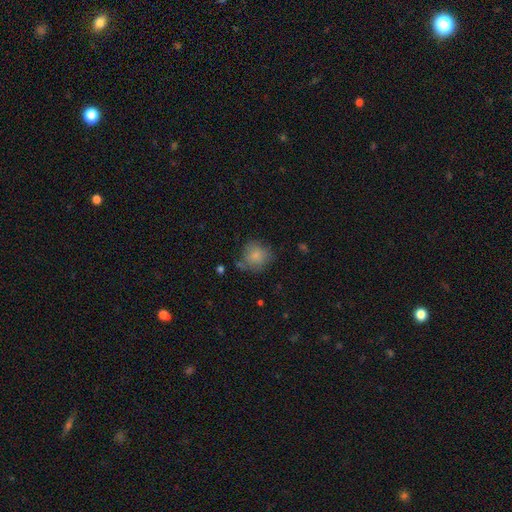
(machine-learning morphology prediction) The model was most divided on "merging": none: 61%, minor disturbance: 25%, major disturbance: 9%, merger: 4%. More confident: how rounded — round (81%); smooth or featured — smooth (80%).